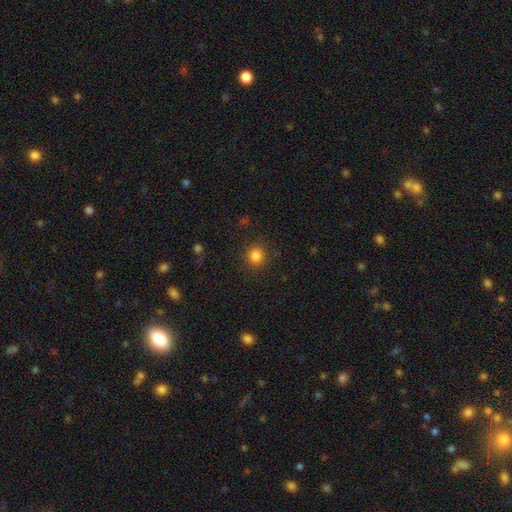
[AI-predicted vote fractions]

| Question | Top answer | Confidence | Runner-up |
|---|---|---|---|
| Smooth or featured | smooth | 84% | star or artifact (12%) |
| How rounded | round | 88% | in between (11%) |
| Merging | none | 89% | minor disturbance (7%) |